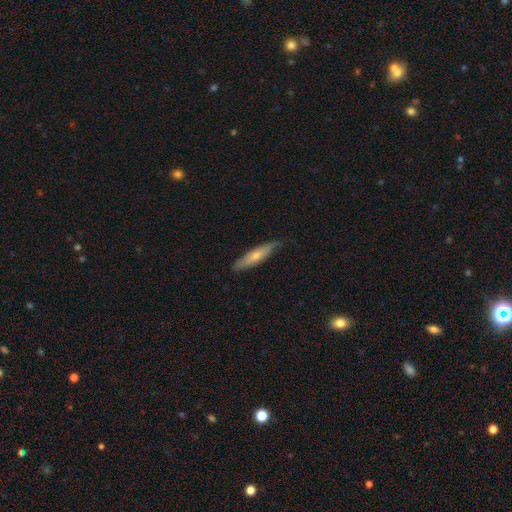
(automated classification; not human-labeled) Smooth or featured? smooth (60%)
How rounded? cigar-shaped (82%)
Merging? none (79%)